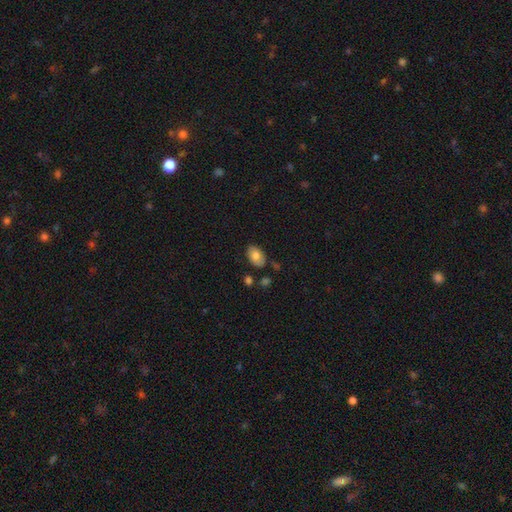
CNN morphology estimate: Smooth or featured? smooth (78%)
How rounded? in between (91%)
Merging? none (75%)